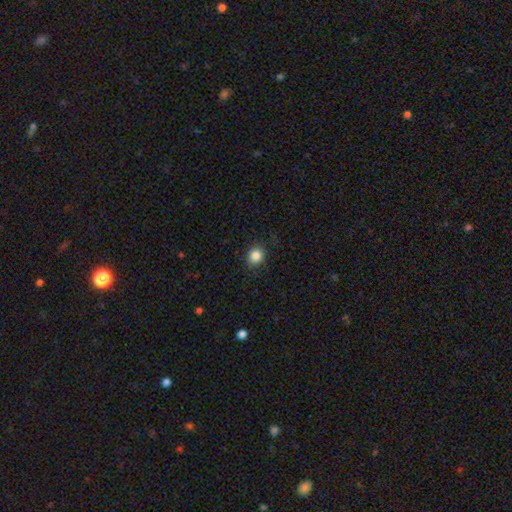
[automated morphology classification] Q: Smooth or featured?
A: smooth (85%); runner-up: star or artifact (11%)
Q: How rounded?
A: round (78%); runner-up: in between (21%)
Q: Merging?
A: none (89%); runner-up: minor disturbance (8%)